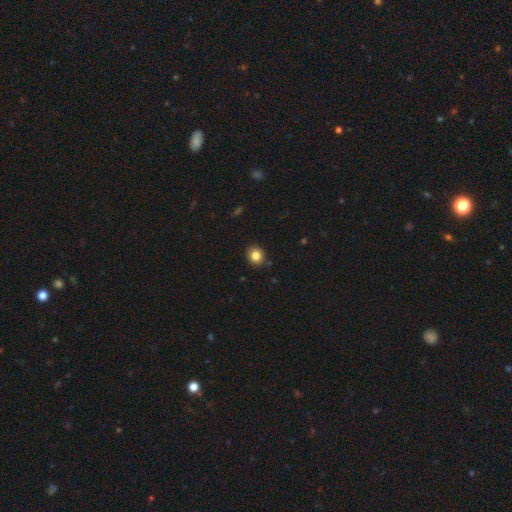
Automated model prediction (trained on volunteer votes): Q: Smooth or featured?
A: smooth (83%); runner-up: star or artifact (11%)
Q: How rounded?
A: round (83%); runner-up: in between (16%)
Q: Merging?
A: none (91%); runner-up: minor disturbance (6%)